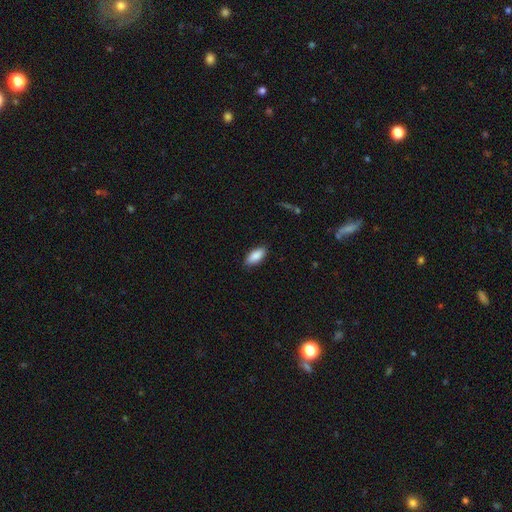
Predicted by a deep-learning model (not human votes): Overall: smooth (88%). How rounded: in between (85%). Merging: none (86%).